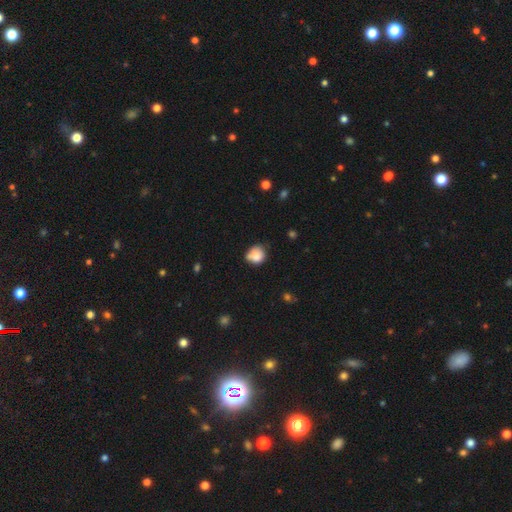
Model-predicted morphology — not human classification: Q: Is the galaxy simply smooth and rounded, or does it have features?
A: smooth — 82%.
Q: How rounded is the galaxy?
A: round — 76%.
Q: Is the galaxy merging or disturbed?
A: none — 51%.